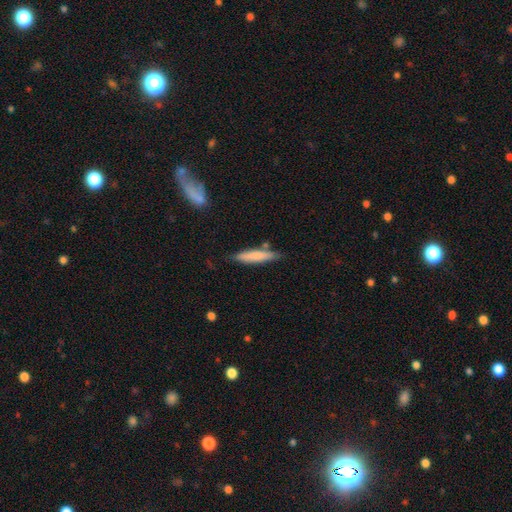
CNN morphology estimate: Smooth or featured: smooth — 73% (featured or disk — 21%)
How rounded: cigar-shaped — 87% (in between — 11%)
Merging: none — 77% (minor disturbance — 15%)